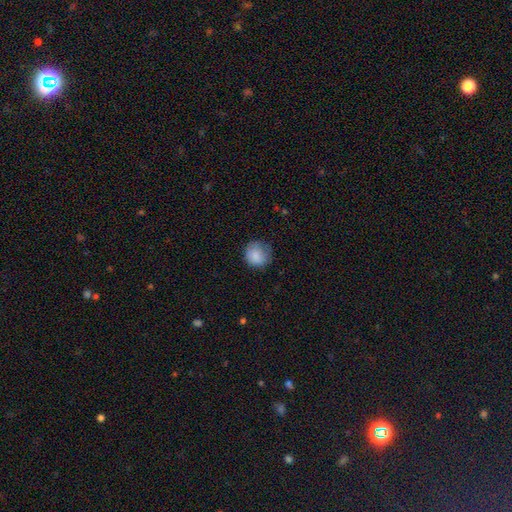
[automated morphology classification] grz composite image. It shows a smooth galaxy with no disk features (85%) that is round (89%). Merging: none (69%).